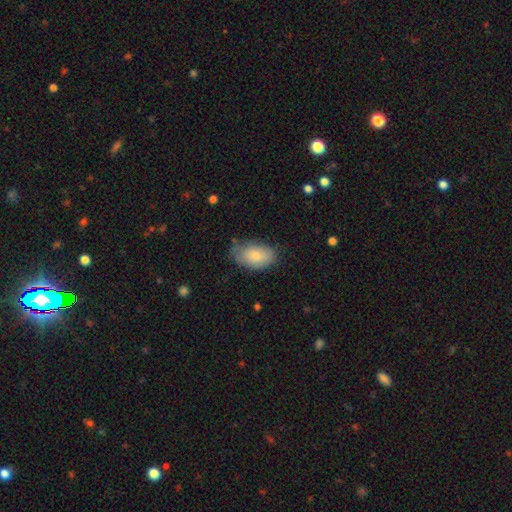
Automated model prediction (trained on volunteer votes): This appears to be a smooth galaxy with no disk features (79%) that is in between round and cigar-shaped (92%). Merging: none (60%).